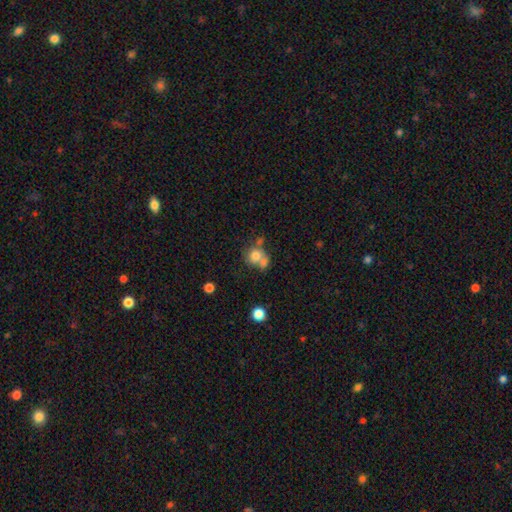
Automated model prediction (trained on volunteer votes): Q: Smooth or featured?
A: smooth (74%); runner-up: featured or disk (15%)
Q: How rounded?
A: round (77%); runner-up: in between (22%)
Q: Merging?
A: merger (46%); runner-up: none (38%)